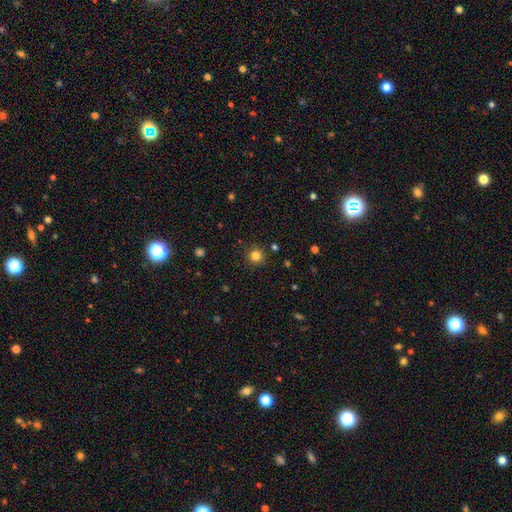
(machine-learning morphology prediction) smooth_or_featured: smooth (p=0.82) [alt: star or artifact p=0.14]
how_rounded: round (p=0.93) [alt: in between p=0.06]
merging: none (p=0.89) [alt: minor disturbance p=0.07]